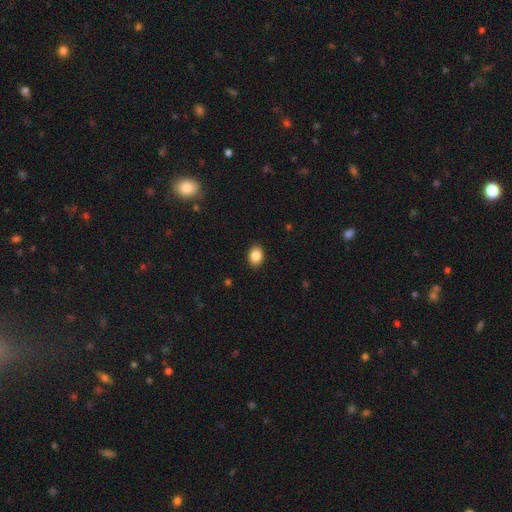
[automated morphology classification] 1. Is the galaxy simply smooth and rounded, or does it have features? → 86% smooth, 9% star or artifact, 6% featured or disk.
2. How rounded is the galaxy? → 67% in between, 32% round, 1% cigar-shaped.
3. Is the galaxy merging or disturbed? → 90% none, 7% minor disturbance, 2% major disturbance, 1% merger.